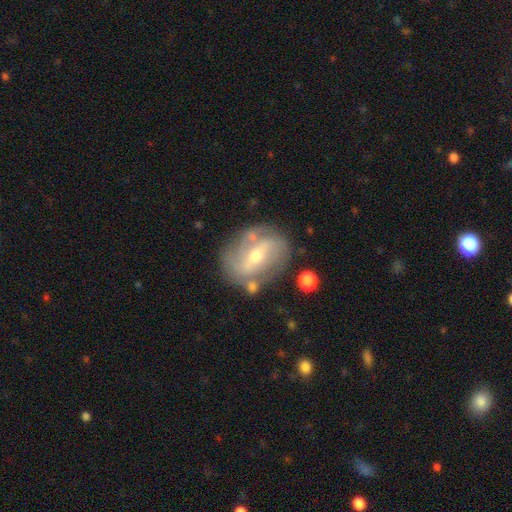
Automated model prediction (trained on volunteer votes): featured or disk 78%, smooth 15%, star or artifact 7%. Down the decision tree: edge-on disk — no (94%); bar — strong (43%); spiral arms — yes (80%); spiral arm count — 2 (59%); spiral winding — medium (39%); bulge size — moderate (53%); merging — none (70%).